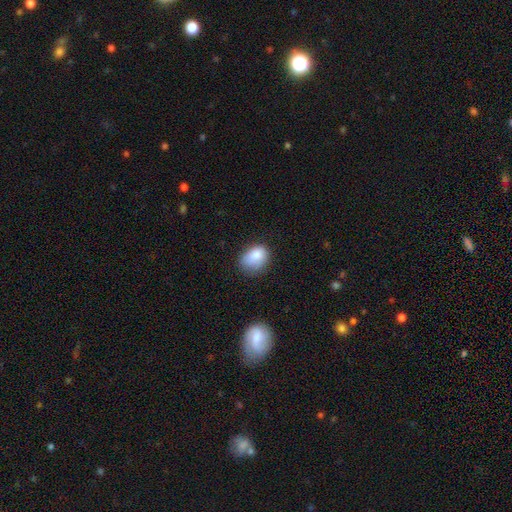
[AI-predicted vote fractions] The model was most divided on "merging": none: 54%, minor disturbance: 33%, major disturbance: 10%, merger: 3%. More confident: smooth or featured — smooth (84%); how rounded — in between (66%).